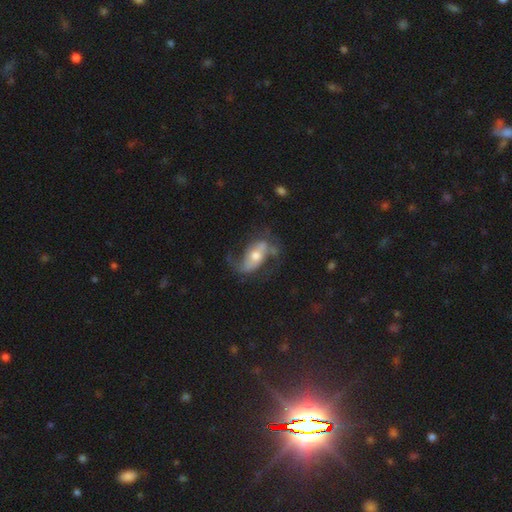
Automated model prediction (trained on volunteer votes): Overall: featured or disk (72%). Edge-on disk: no (93%). Bar: no (42%; weak 33%). Spiral arms: yes (85%). Spiral arm count: 2 (82%). Spiral winding: loose (58%; medium 32%). Bulge size: moderate (66%). Merging: none (53%; major disturbance 23%).